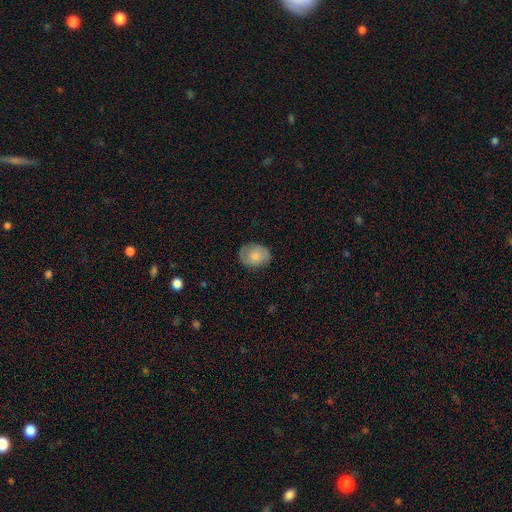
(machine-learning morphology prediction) Overall: smooth (58%; featured or disk 34%). How rounded: in between (54%; round 44%). Merging: none (78%).